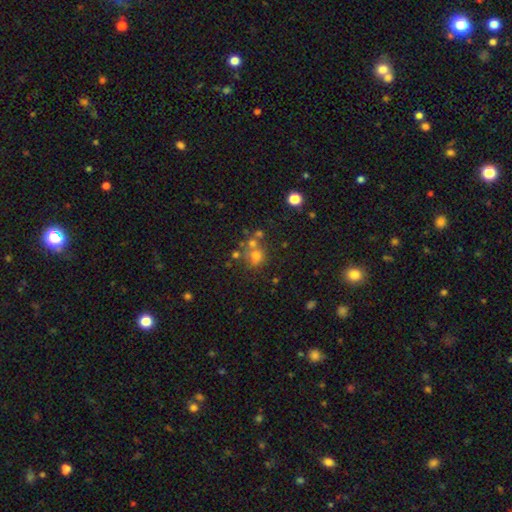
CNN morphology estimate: smooth-or-featured: smooth: 64% | star or artifact: 19% | featured or disk: 18%
  how-rounded: round: 82% | in between: 17% | cigar-shaped: 1%
  merging: none: 52% | merger: 30% | minor disturbance: 12% | major disturbance: 6%